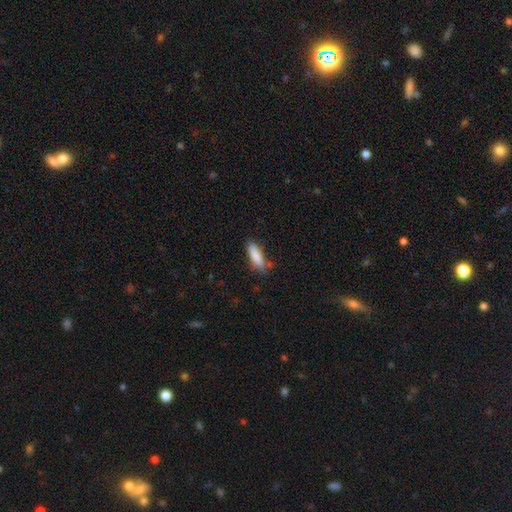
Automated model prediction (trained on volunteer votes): This appears to be a smooth galaxy with no disk features (86%) that is cigar-shaped (56%). Merging: none (71%).